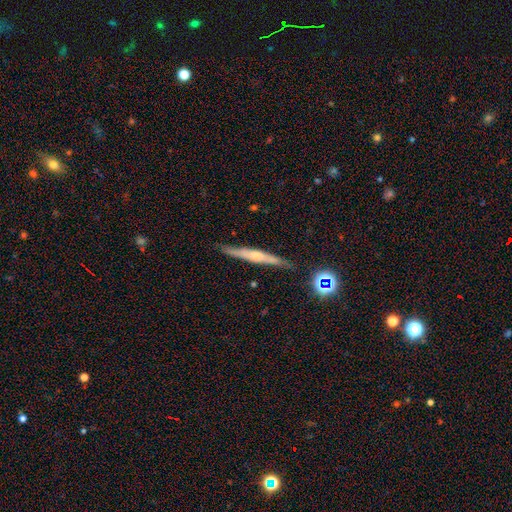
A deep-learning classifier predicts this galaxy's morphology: featured or disk 60%, smooth 31%, star or artifact 9%. Down the decision tree: edge-on disk — yes (95%); edge-on bulge — rounded (57%); merging — none (85%).